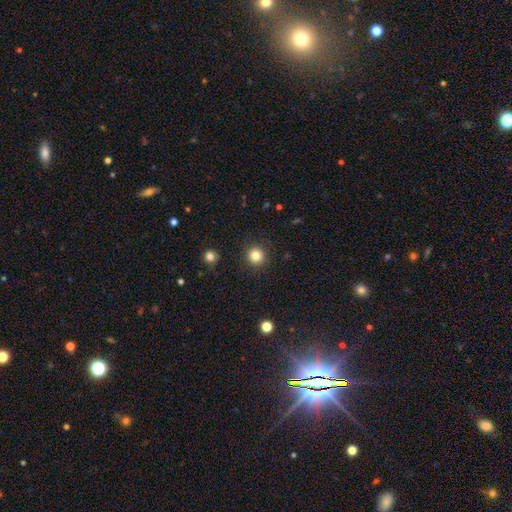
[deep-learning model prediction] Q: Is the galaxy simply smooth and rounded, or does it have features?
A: smooth — 82%.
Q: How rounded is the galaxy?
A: round — 95%.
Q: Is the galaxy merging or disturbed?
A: none — 91%.